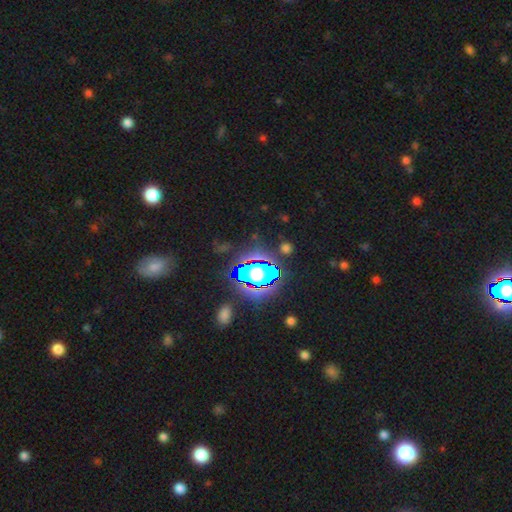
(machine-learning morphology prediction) smooth_or_featured: star or artifact (p=0.77) [alt: smooth p=0.14]